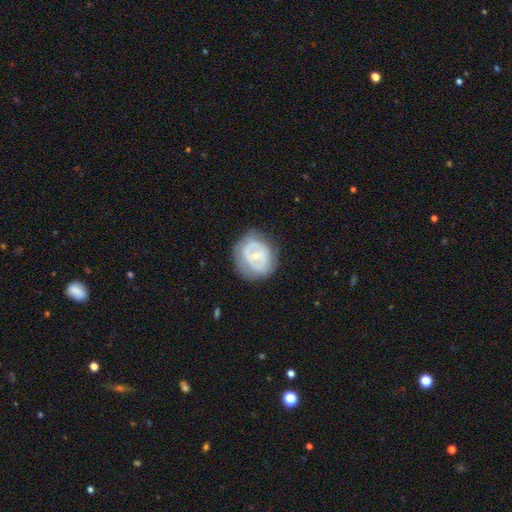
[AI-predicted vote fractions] featured or disk 61%, smooth 33%, star or artifact 6%. Down the decision tree: edge-on disk — no (97%); bar — no (57%); spiral arms — no (57%); bulge size — small (62%); merging — none (67%).